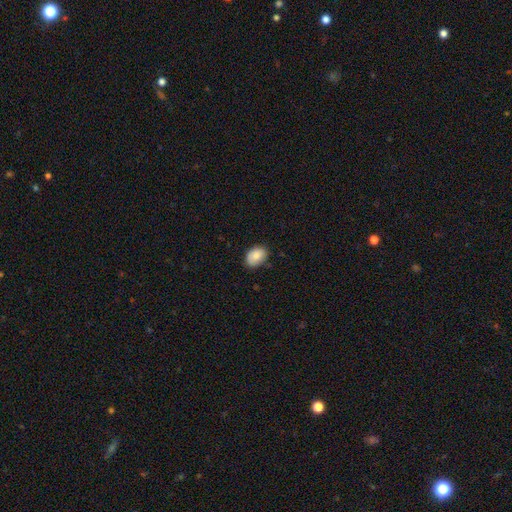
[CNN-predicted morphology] A smooth galaxy with no disk features (85%) that is in between round and cigar-shaped (81%).

Vote fractions:
- Smooth or featured? smooth: 85% / featured or disk: 8% / star or artifact: 7%
- How rounded? in between: 81% / round: 18% / cigar-shaped: 1%
- Merging? none: 78% / minor disturbance: 18% / major disturbance: 3% / merger: 1%